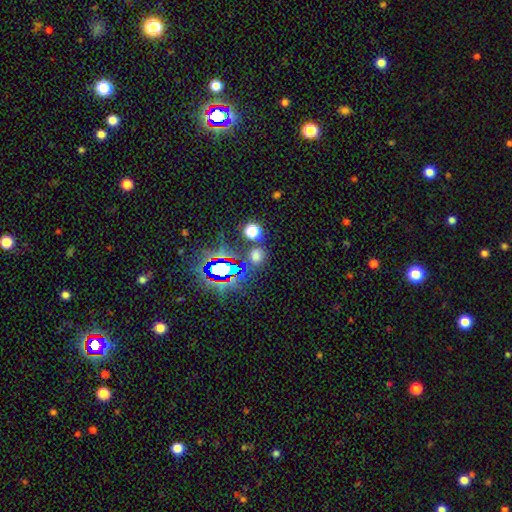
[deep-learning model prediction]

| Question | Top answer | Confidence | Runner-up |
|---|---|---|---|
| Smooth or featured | smooth | 54% | star or artifact (39%) |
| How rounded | round | 69% | in between (29%) |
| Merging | none | 76% | minor disturbance (10%) |